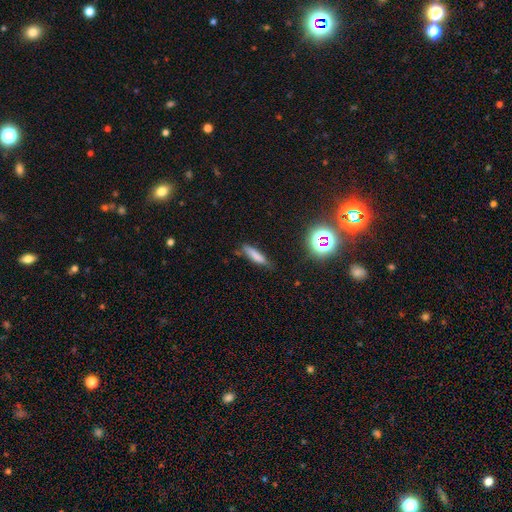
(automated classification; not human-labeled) smooth_or_featured: smooth (p=0.74) [alt: featured or disk p=0.13]
how_rounded: cigar-shaped (p=0.79) [alt: in between p=0.19]
merging: none (p=0.72) [alt: minor disturbance p=0.20]